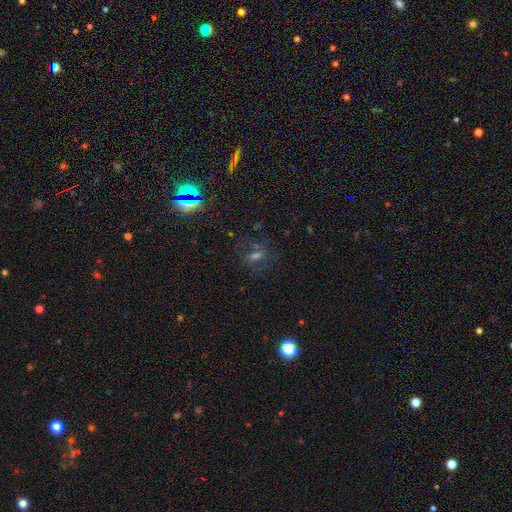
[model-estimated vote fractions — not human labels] smooth_or_featured: star or artifact (p=0.38) [alt: featured or disk p=0.34]